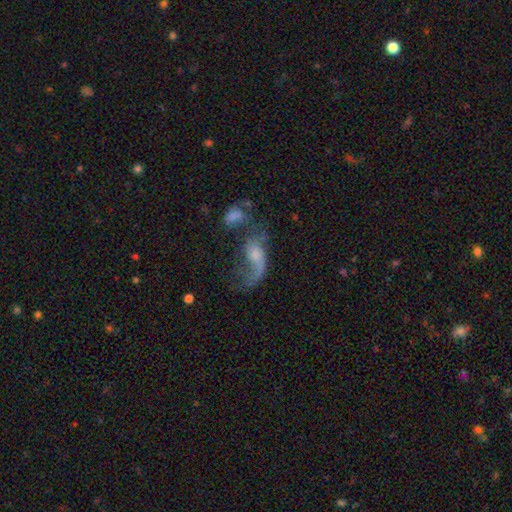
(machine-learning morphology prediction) Smooth or featured? Predicted: featured or disk (p=0.60). Edge-on disk? Predicted: no (p=0.94). Bar? Predicted: no (p=0.69). Spiral arms? Predicted: yes (p=0.73). Bulge size? Predicted: small (p=0.38). Merging? Predicted: major disturbance (p=0.41).